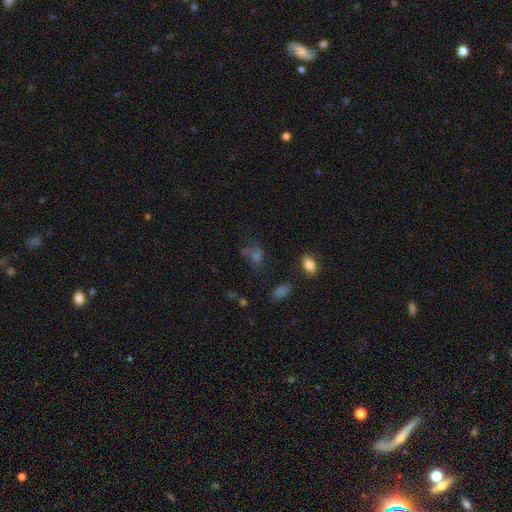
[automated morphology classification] This appears to be a smooth galaxy with no disk features (47%). Merging: none (55%).